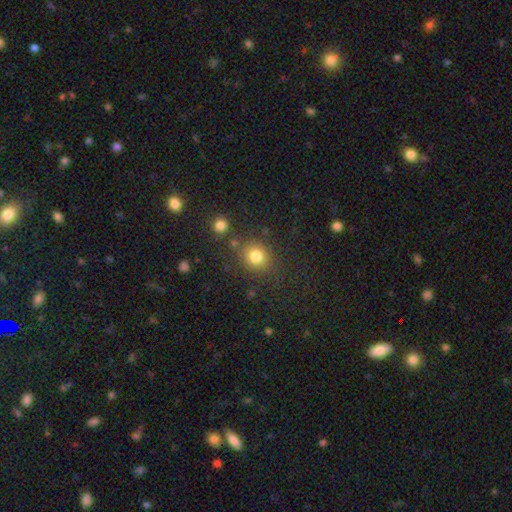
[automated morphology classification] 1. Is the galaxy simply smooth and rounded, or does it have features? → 80% smooth, 14% star or artifact, 6% featured or disk.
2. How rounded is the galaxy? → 79% round, 20% in between, 1% cigar-shaped.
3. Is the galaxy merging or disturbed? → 78% none, 10% minor disturbance, 7% merger, 4% major disturbance.